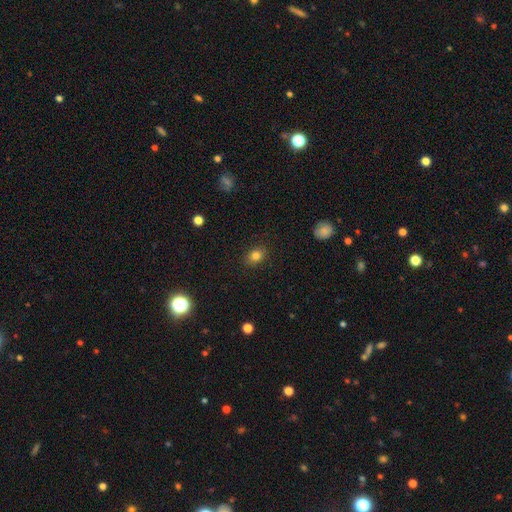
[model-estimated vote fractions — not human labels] Smooth or featured? smooth (82%)
How rounded? in between (58%)
Merging? none (87%)